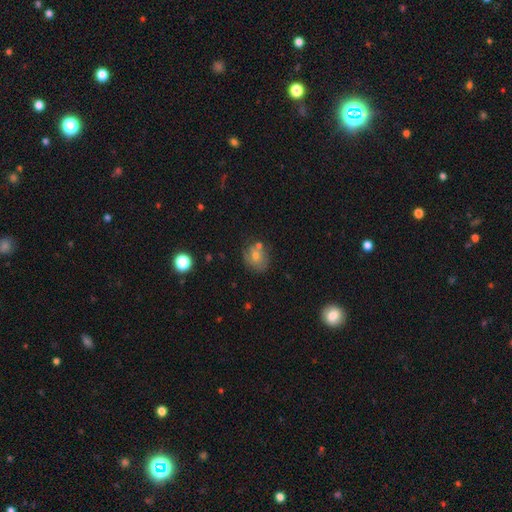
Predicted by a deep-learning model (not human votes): The model was most divided on "how rounded": round: 59%, in between: 39%, cigar-shaped: 1%. More confident: merging — none (57%); smooth or featured — smooth (54%).